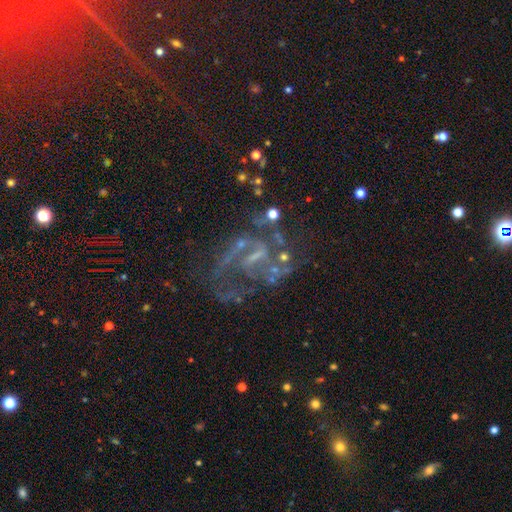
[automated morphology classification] Smooth or featured?
  - featured or disk: 62% *
  - star or artifact: 27%
  - smooth: 11%
Edge-on disk?
  - no: 97% *
  - yes: 3%
Bar?
  - no: 45% *
  - weak: 36%
  - strong: 19%
Spiral arms?
  - yes: 72% *
  - no: 28%
Bulge size?
  - none: 45% *
  - small: 38%
  - moderate: 13%
  - large: 2%
  - dominant: 2%
Merging?
  - none: 46% *
  - major disturbance: 30%
  - minor disturbance: 17%
  - merger: 7%